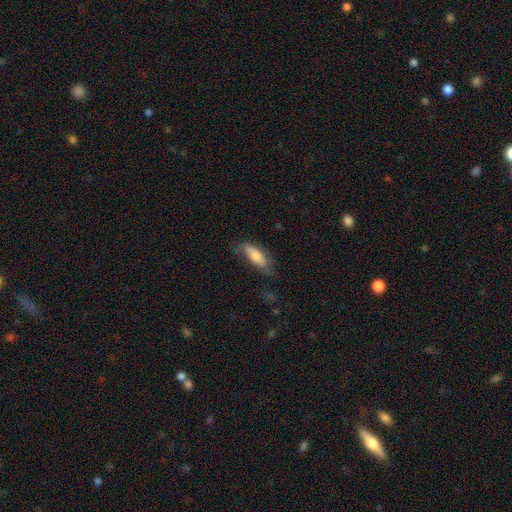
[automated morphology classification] Smooth or featured? smooth (68%)
How rounded? in between (66%)
Merging? none (57%)